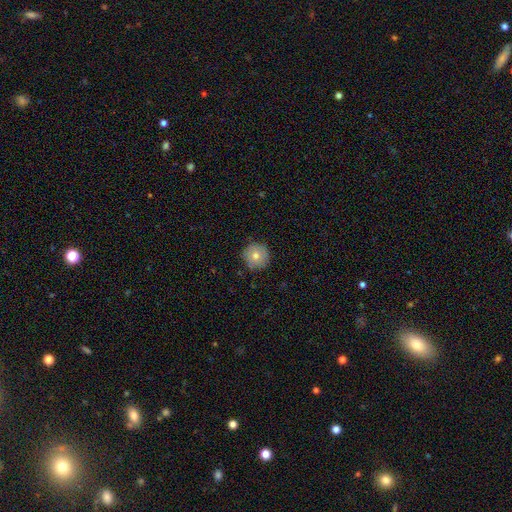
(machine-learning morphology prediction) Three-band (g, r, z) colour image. It shows a smooth galaxy with no disk features (73%) that is round (96%). Merging: none (87%).